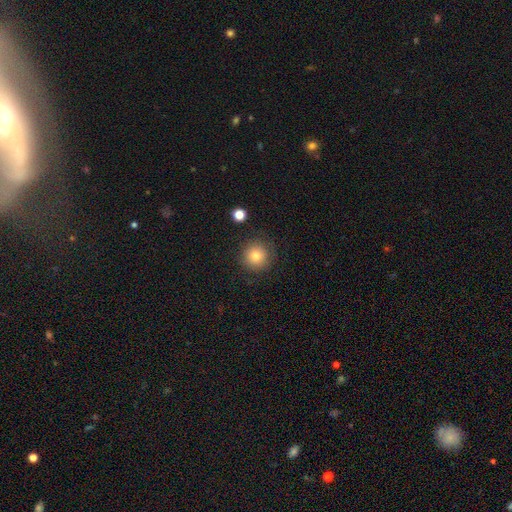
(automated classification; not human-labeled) A smooth galaxy with no disk features (82%) that is round (94%).

Vote fractions:
- Smooth or featured? smooth: 82% / star or artifact: 11% / featured or disk: 7%
- How rounded? round: 94% / in between: 5% / cigar-shaped: 1%
- Merging? none: 87% / minor disturbance: 8% / major disturbance: 3% / merger: 2%